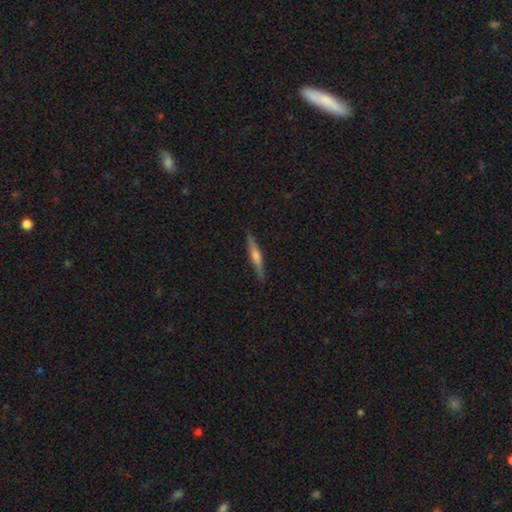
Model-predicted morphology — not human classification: A featured or disk galaxy (67%) viewed edge-on (98%) with a rounded central bulge (76%). Merging: none (90%).